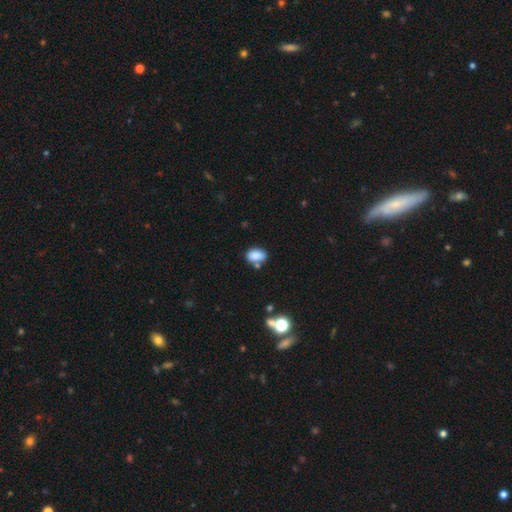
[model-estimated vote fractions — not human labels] Smooth or featured?
  - smooth: 85% *
  - star or artifact: 9%
  - featured or disk: 6%
How rounded?
  - in between: 84% *
  - round: 14%
  - cigar-shaped: 2%
Merging?
  - none: 64% *
  - minor disturbance: 16%
  - merger: 15%
  - major disturbance: 4%